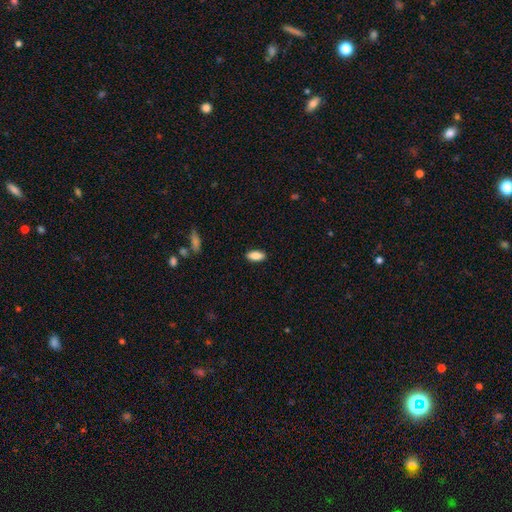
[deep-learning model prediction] smooth_or_featured: smooth (p=0.87) [alt: star or artifact p=0.07]
how_rounded: in between (p=0.87) [alt: cigar-shaped p=0.11]
merging: none (p=0.89) [alt: minor disturbance p=0.08]